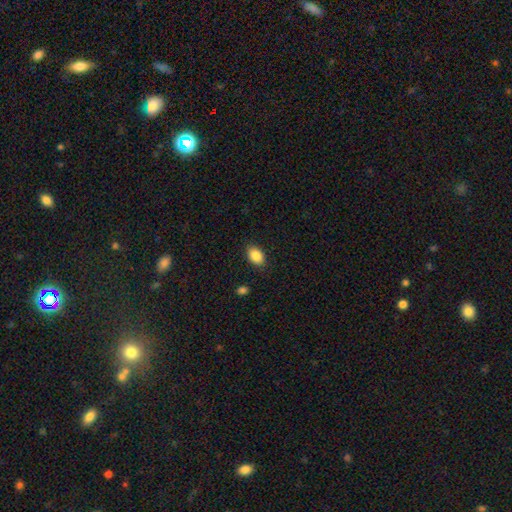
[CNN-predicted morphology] A smooth galaxy with no disk features (88%) that is in between round and cigar-shaped (87%).

Vote fractions:
- Smooth or featured? smooth: 88% / star or artifact: 8% / featured or disk: 5%
- How rounded? in between: 87% / round: 12% / cigar-shaped: 1%
- Merging? none: 86% / minor disturbance: 10% / major disturbance: 3% / merger: 1%